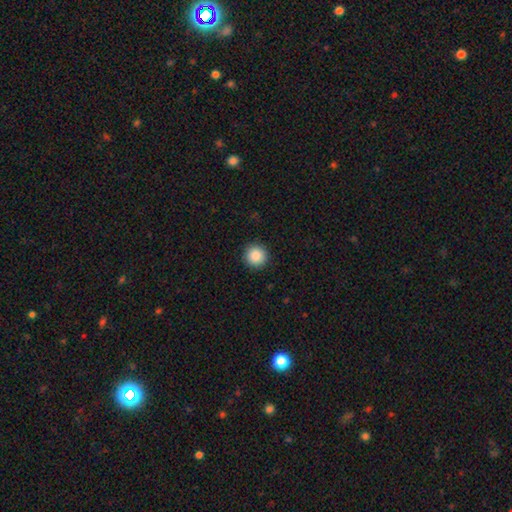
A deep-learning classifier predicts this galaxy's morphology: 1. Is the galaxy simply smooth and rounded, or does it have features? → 88% smooth, 9% star or artifact, 3% featured or disk.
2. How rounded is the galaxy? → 96% round, 3% in between, 1% cigar-shaped.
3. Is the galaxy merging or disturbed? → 92% none, 5% minor disturbance, 2% major disturbance, 1% merger.